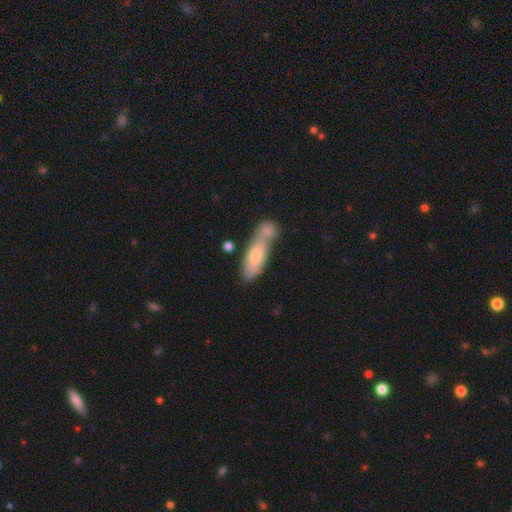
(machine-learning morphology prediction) A smooth galaxy with no disk features (73%) that is in between round and cigar-shaped (64%).

Vote fractions:
- Smooth or featured? smooth: 73% / featured or disk: 21% / star or artifact: 6%
- How rounded? in between: 64% / cigar-shaped: 33% / round: 3%
- Merging? merger: 50% / none: 34% / minor disturbance: 12% / major disturbance: 4%